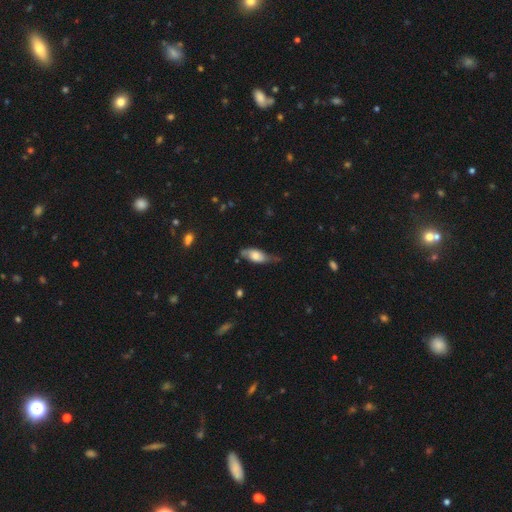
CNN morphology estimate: A smooth galaxy with no disk features (49%). Merging: none (45%).